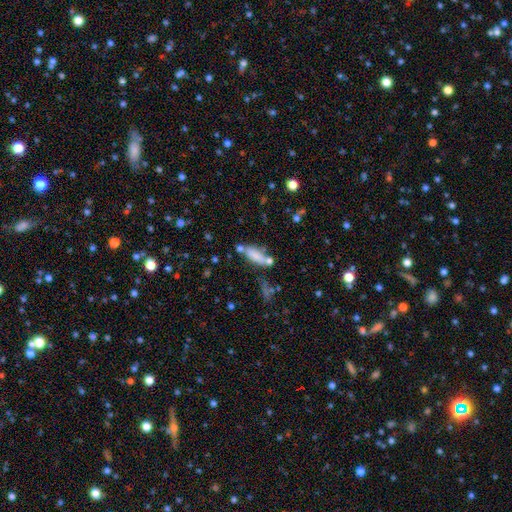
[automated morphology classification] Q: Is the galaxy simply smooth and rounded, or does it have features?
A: smooth — 77%.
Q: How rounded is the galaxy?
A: in between — 62%.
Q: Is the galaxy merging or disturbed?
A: none — 52%.